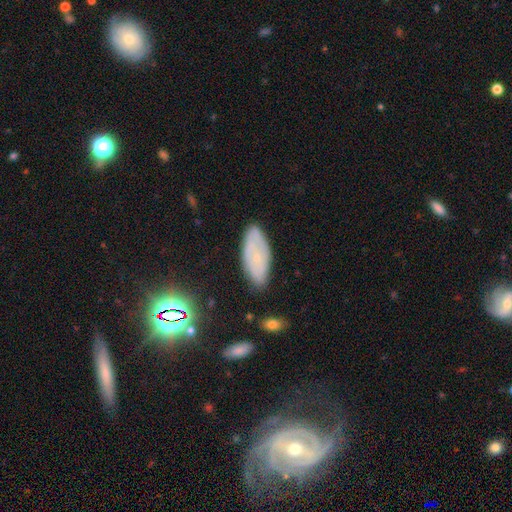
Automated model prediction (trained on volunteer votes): Morphology: type=smooth (46%); merging=none (77%).